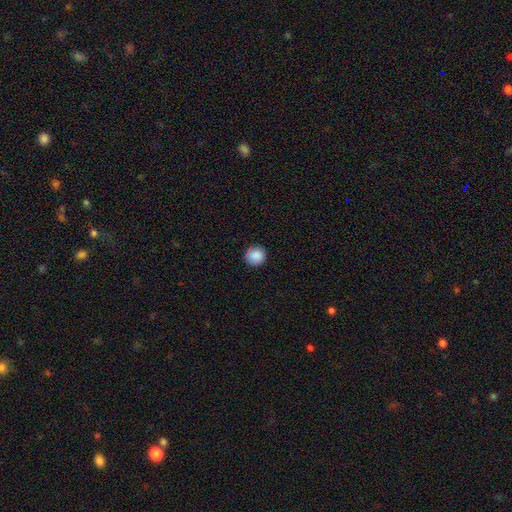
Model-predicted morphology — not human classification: This is clearly a smooth galaxy (88%). How rounded: clearly round (92%). Merging: clearly none (88%).